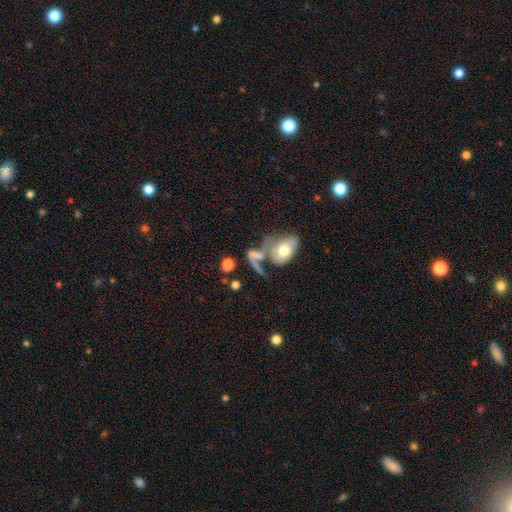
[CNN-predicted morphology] Smooth or featured: smooth — 57% (featured or disk — 32%)
How rounded: in between — 66% (round — 23%)
Merging: merger — 49% (none — 22%)